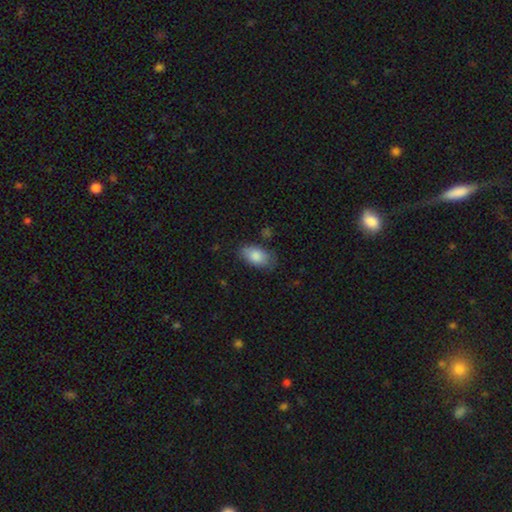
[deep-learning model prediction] Smooth or featured? Predicted: smooth (p=0.85). How rounded? Predicted: in between (p=0.93). Merging? Predicted: none (p=0.67).